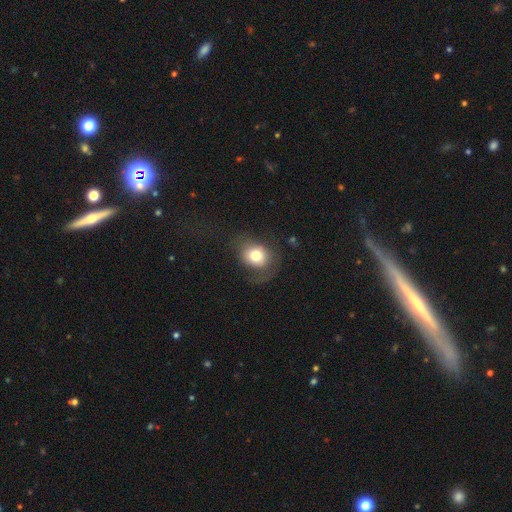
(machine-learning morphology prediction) Overall: smooth (71%). How rounded: round (59%; in between 40%). Merging: none (51%; major disturbance 24%).